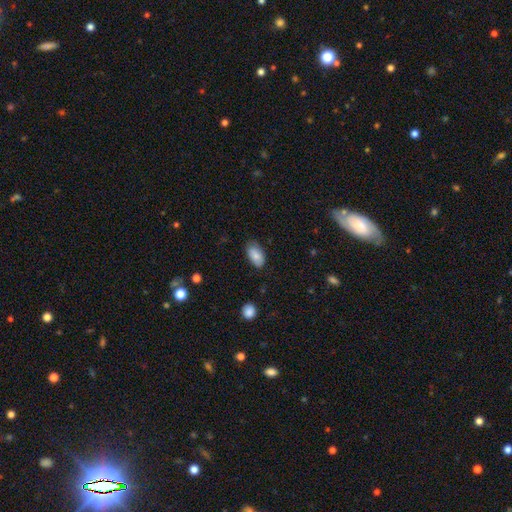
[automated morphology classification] smooth-or-featured: smooth: 83% | featured or disk: 11% | star or artifact: 7%
  how-rounded: in between: 94% | round: 4% | cigar-shaped: 2%
  merging: none: 75% | minor disturbance: 20% | major disturbance: 4% | merger: 1%